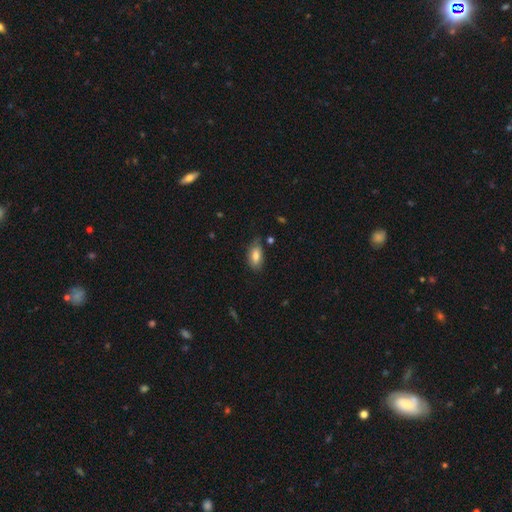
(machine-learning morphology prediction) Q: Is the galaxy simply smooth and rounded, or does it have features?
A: smooth — 81%.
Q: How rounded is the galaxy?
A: in between — 89%.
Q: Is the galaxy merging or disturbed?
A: none — 66%.